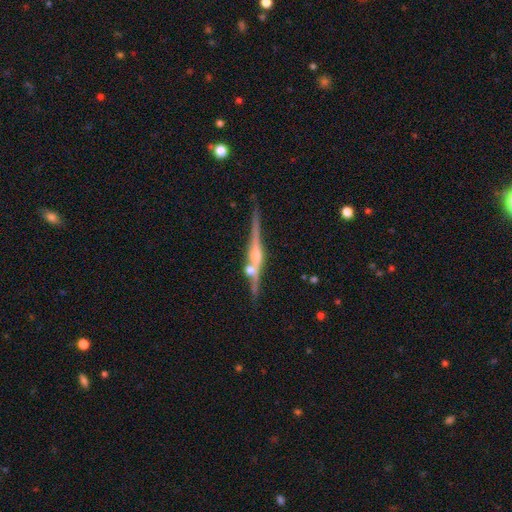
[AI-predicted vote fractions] Q: Smooth or featured?
A: featured or disk (83%); runner-up: smooth (10%)
Q: Edge-on disk?
A: yes (98%); runner-up: no (2%)
Q: Edge-on bulge?
A: rounded (80%); runner-up: none (11%)
Q: Merging?
A: none (77%); runner-up: minor disturbance (11%)